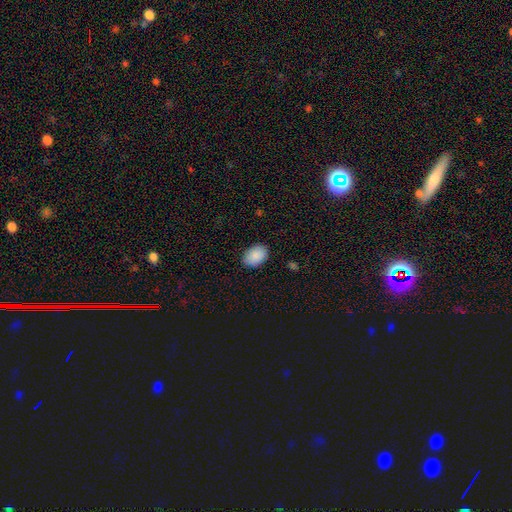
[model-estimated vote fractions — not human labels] Smooth or featured?
  - smooth: 90% *
  - star or artifact: 7%
  - featured or disk: 4%
How rounded?
  - in between: 80% *
  - round: 19%
  - cigar-shaped: 1%
Merging?
  - none: 86% *
  - minor disturbance: 11%
  - major disturbance: 2%
  - merger: 1%